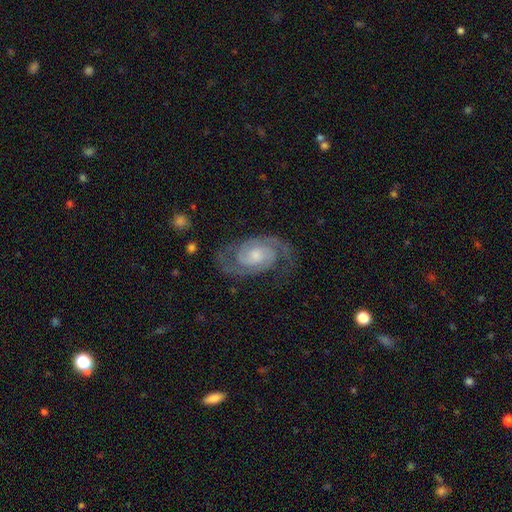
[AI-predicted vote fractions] smooth-or-featured: featured or disk: 91% | star or artifact: 4% | smooth: 4%
  disk-edge-on: no: 98% | yes: 2%
    bar: no: 60% | weak: 33% | strong: 7%
    has-spiral-arms: yes: 98% | no: 2%
      spiral-winding: tight: 52% | medium: 41% | loose: 7%
      spiral-arm-count: 2: 92% | can't tell: 3% | 3: 2% | 1: 1% | 4: 1% | more than 4: 1%
    bulge-size: moderate: 45% | small: 42% | none: 6% | large: 5% | dominant: 1%
  merging: none: 79% | minor disturbance: 14% | major disturbance: 6% | merger: 1%